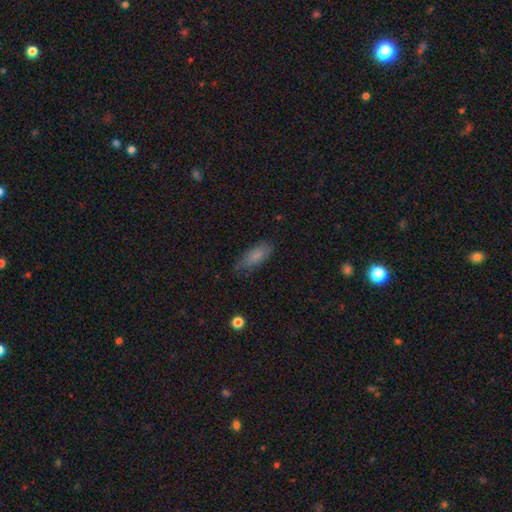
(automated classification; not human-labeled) Smooth or featured: smooth — 78% (featured or disk — 15%)
How rounded: in between — 78% (cigar-shaped — 20%)
Merging: none — 67% (minor disturbance — 25%)